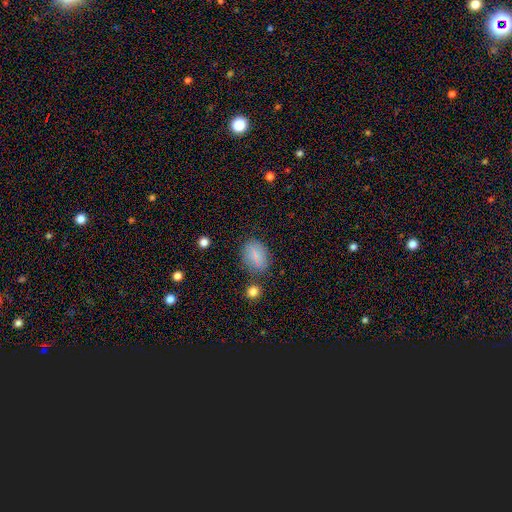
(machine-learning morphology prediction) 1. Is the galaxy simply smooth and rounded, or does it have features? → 72% smooth, 17% featured or disk, 11% star or artifact.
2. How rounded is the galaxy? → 77% in between, 20% round, 3% cigar-shaped.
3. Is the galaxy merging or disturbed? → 74% none, 16% minor disturbance, 5% major disturbance, 5% merger.